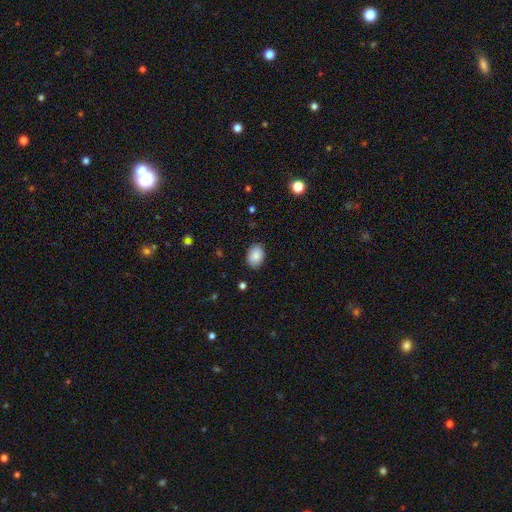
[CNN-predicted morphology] type=smooth (86%); roundness=in between (78%); merging=none (86%).